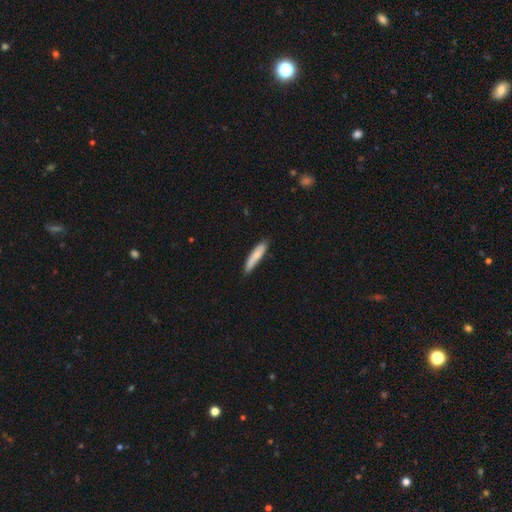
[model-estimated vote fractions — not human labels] Smooth or featured? Predicted: smooth (p=0.76). How rounded? Predicted: cigar-shaped (p=0.84). Merging? Predicted: none (p=0.76).